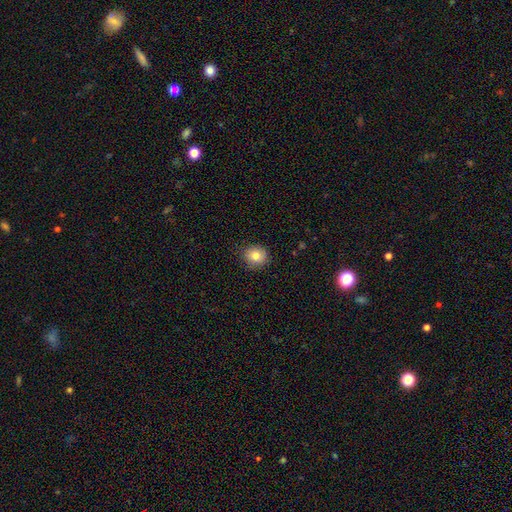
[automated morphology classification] Q: Smooth or featured?
A: smooth (82%); runner-up: star or artifact (10%)
Q: How rounded?
A: round (82%); runner-up: in between (17%)
Q: Merging?
A: none (86%); runner-up: minor disturbance (10%)